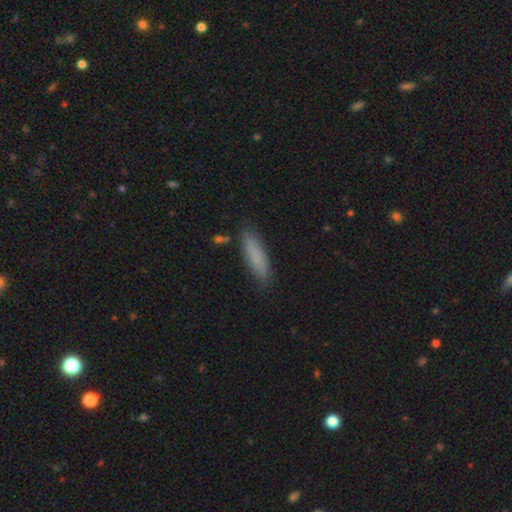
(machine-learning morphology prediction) A smooth galaxy with no disk features (83%) that is cigar-shaped (75%). Merging: none (86%).